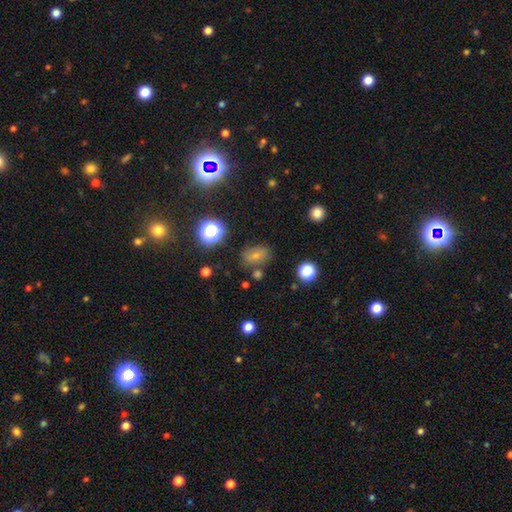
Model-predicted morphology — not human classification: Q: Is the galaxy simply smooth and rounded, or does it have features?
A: smooth — 66%.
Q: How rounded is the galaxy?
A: in between — 72%.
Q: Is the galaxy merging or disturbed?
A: none — 72%.